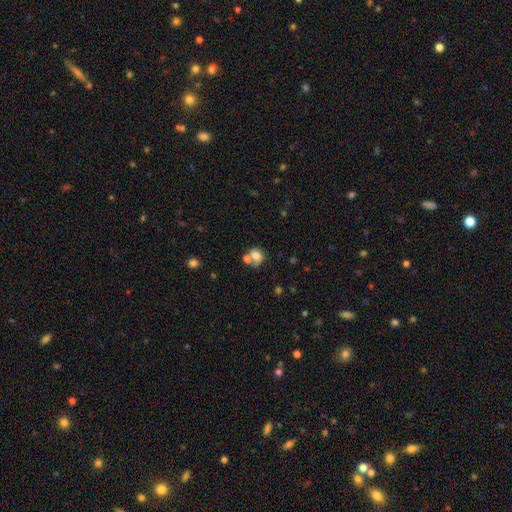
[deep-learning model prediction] Smooth or featured? smooth (70%)
How rounded? round (58%)
Merging? merger (40%)